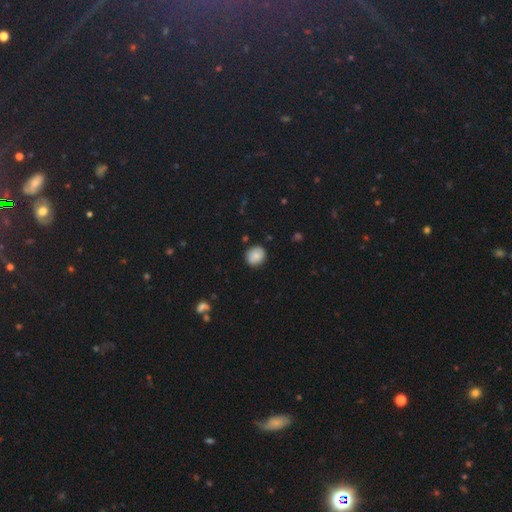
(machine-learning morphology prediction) smooth 81%, featured or disk 10%, star or artifact 9%. Down the decision tree: how rounded — round (82%); merging — none (83%).